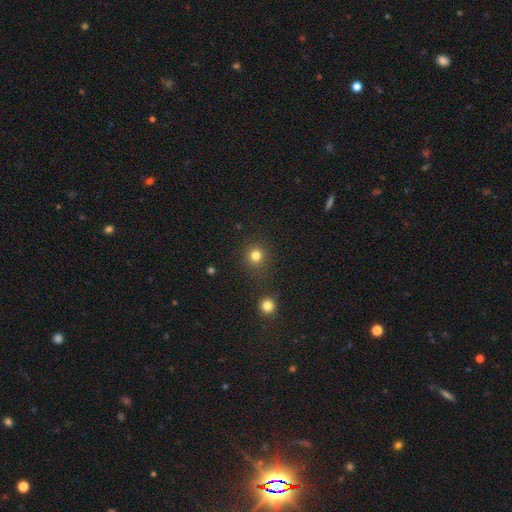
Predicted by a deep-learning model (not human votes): This is likely a smooth galaxy (80%). How rounded: clearly round (92%). Merging: clearly none (85%).